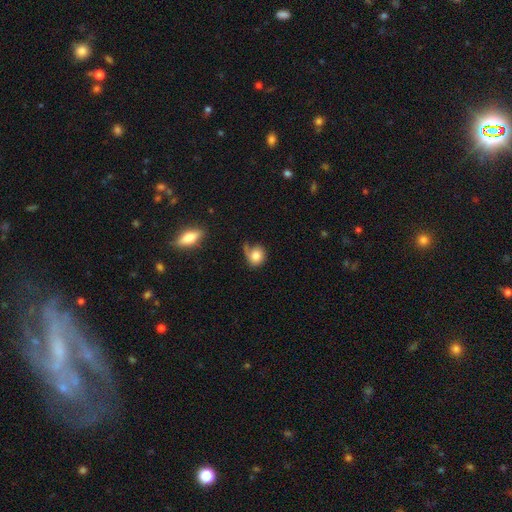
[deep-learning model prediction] Overall: smooth (79%). How rounded: round (69%; in between 30%). Merging: none (45%; minor disturbance 26%).